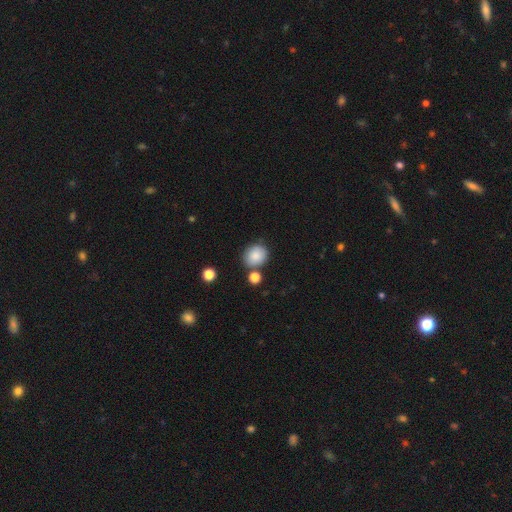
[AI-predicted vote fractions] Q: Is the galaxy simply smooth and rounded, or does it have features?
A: smooth — 85%.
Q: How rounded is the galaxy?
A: round — 69%.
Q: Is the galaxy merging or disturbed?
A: none — 72%.